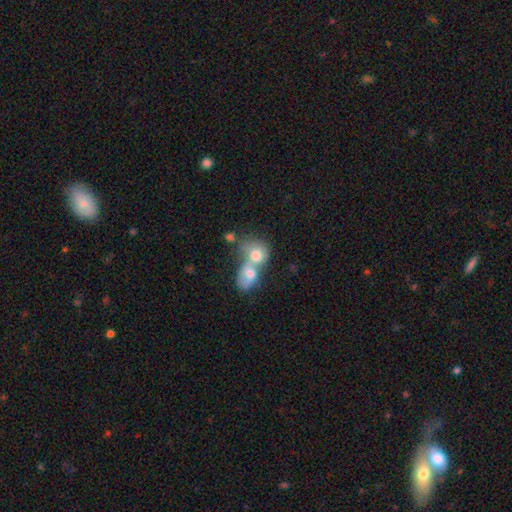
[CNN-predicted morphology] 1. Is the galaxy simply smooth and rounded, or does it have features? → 71% smooth, 21% featured or disk, 8% star or artifact.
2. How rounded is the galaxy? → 54% round, 44% in between, 2% cigar-shaped.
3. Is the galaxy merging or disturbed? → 77% merger, 14% none, 5% minor disturbance, 4% major disturbance.